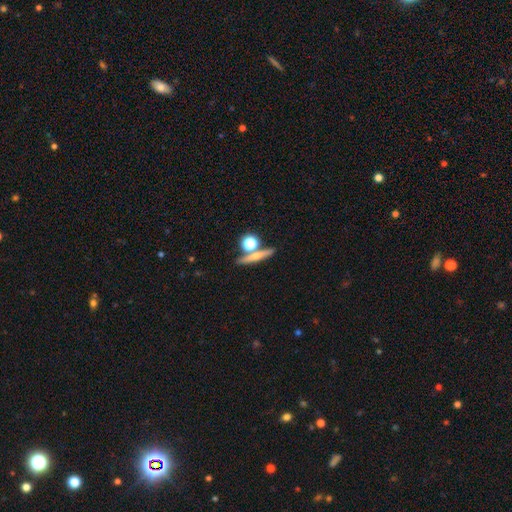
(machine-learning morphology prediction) smooth_or_featured: smooth (p=0.47) [alt: featured or disk p=0.41]
merging: none (p=0.71) [alt: merger p=0.17]